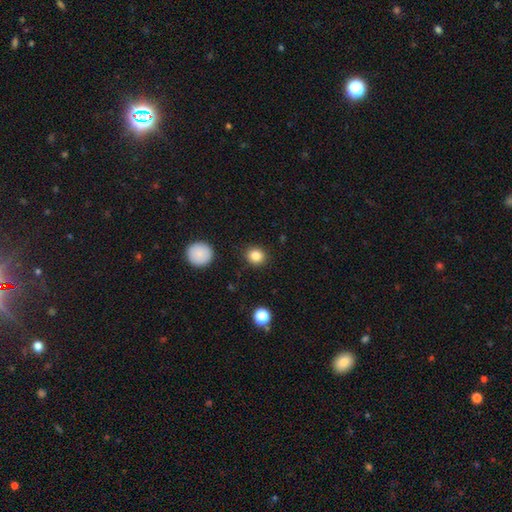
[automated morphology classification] smooth_or_featured: smooth (p=0.84) [alt: star or artifact p=0.11]
how_rounded: round (p=0.85) [alt: in between p=0.14]
merging: none (p=0.90) [alt: minor disturbance p=0.06]